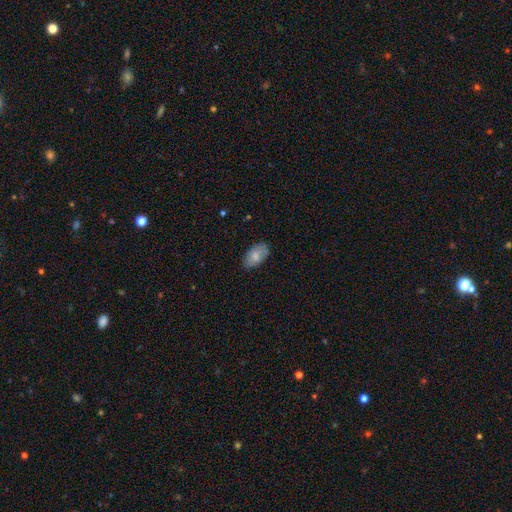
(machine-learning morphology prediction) Smooth or featured? smooth (81%)
How rounded? in between (94%)
Merging? none (82%)